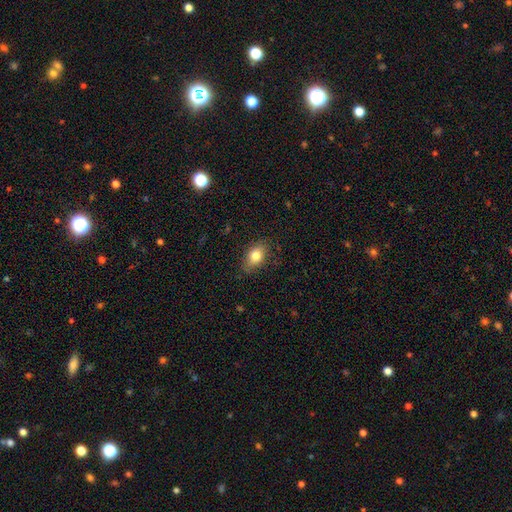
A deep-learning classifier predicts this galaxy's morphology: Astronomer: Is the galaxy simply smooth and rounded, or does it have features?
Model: smooth — 79%.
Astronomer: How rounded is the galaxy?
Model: in between — 83%.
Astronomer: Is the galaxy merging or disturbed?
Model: none — 79%.